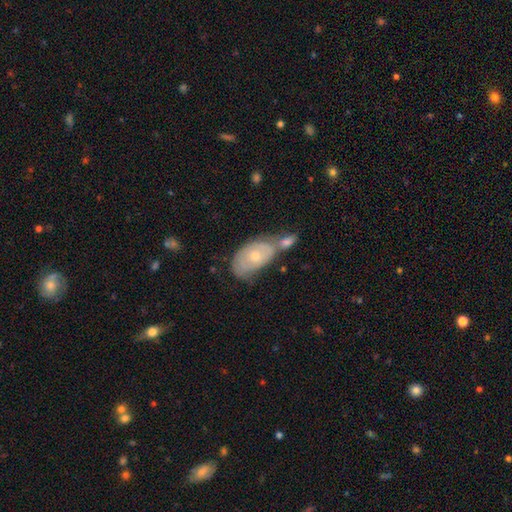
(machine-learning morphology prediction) Q: Smooth or featured?
A: smooth (48%); runner-up: featured or disk (45%)
Q: Merging?
A: merger (42%); runner-up: none (31%)